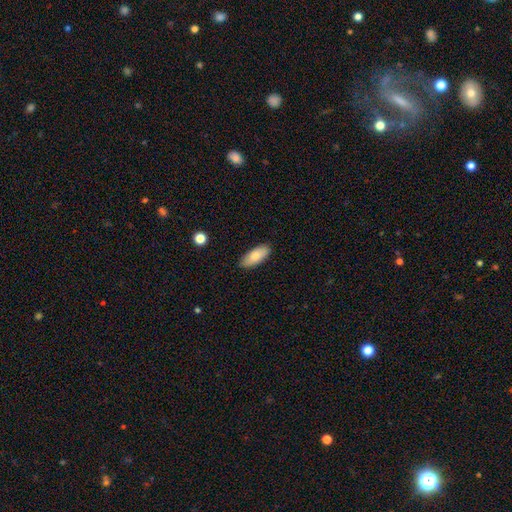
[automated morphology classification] A smooth galaxy with no disk features (82%) that is in between round and cigar-shaped (84%).

Vote fractions:
- Smooth or featured? smooth: 82% / featured or disk: 12% / star or artifact: 6%
- How rounded? in between: 84% / cigar-shaped: 14% / round: 2%
- Merging? none: 88% / minor disturbance: 9% / major disturbance: 2% / merger: 1%